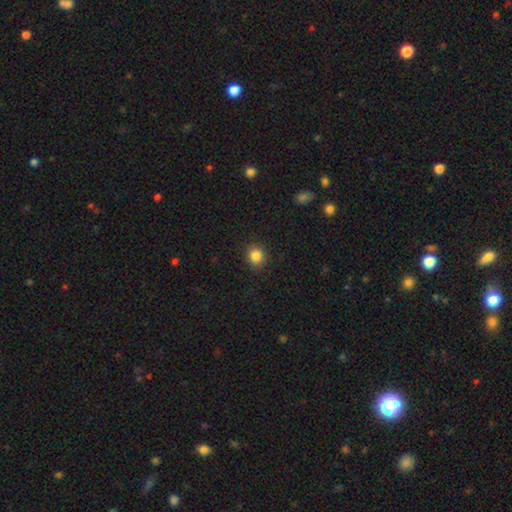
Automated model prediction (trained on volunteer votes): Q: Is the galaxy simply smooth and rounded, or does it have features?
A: smooth — 85%.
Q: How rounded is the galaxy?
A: round — 81%.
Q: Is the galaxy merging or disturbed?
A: none — 89%.